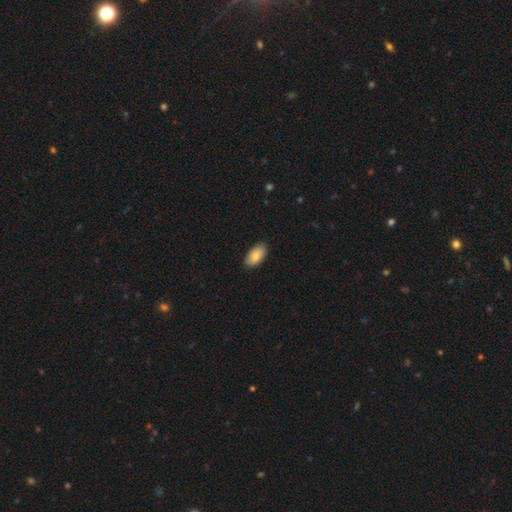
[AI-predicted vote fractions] Smooth or featured? smooth (86%)
How rounded? in between (95%)
Merging? none (87%)